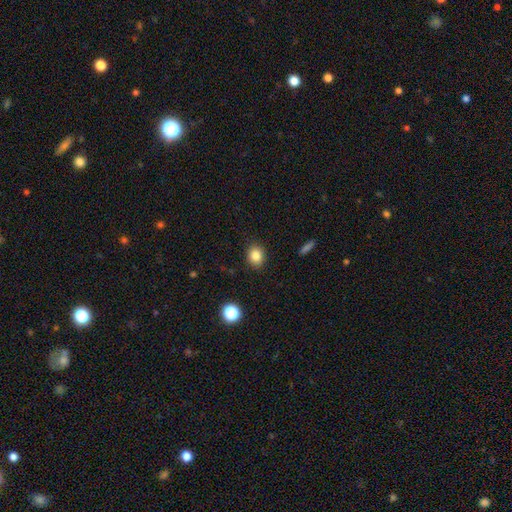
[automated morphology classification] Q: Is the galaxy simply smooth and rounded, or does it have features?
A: smooth — 84%.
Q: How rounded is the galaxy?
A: round — 60%.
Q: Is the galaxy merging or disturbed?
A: none — 88%.